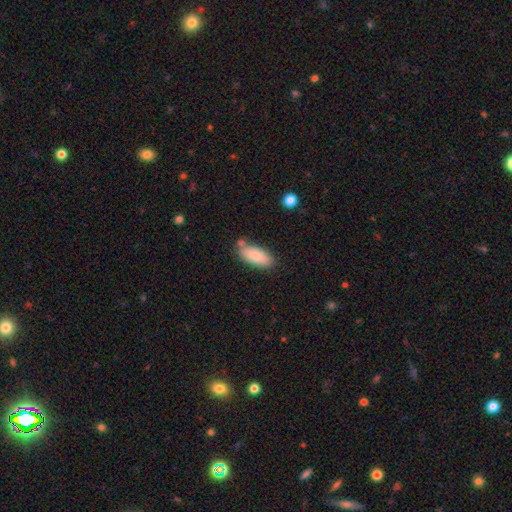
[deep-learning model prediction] Morphology: type=smooth (82%); roundness=in between (85%); merging=none (69%).